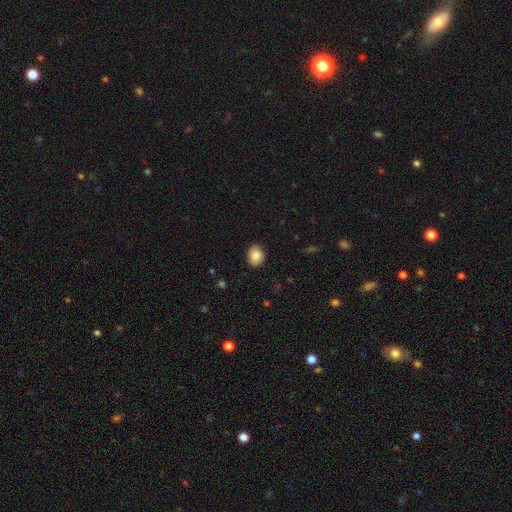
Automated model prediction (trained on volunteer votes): This appears to be a smooth galaxy with no disk features (87%) that is in between round and cigar-shaped (65%). Merging: none (86%).